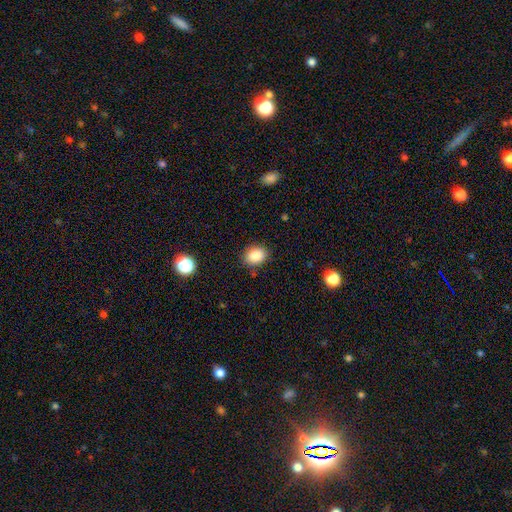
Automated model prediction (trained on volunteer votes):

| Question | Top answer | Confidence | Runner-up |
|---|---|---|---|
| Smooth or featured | smooth | 86% | star or artifact (9%) |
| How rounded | in between | 51% | round (48%) |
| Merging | none | 84% | minor disturbance (12%) |